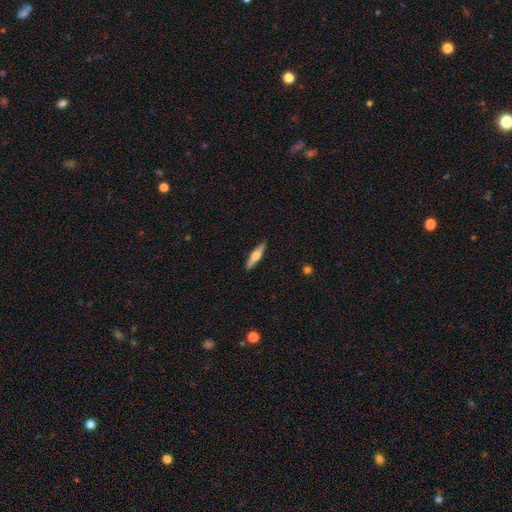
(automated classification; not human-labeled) Morphology: type=featured or disk (50%); edge-on=yes (95%); merging=none (90%).